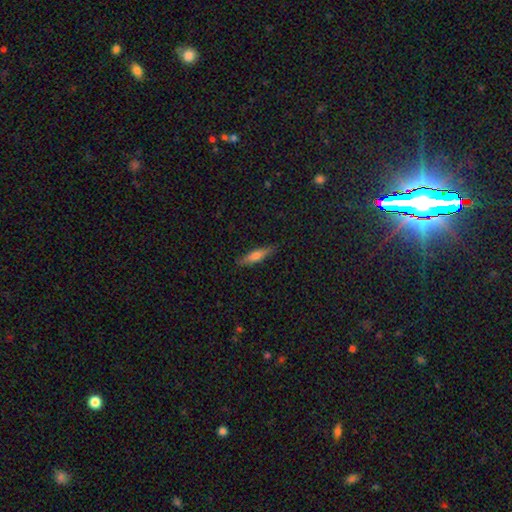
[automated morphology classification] smooth_or_featured: smooth (p=0.62) [alt: featured or disk p=0.31]
how_rounded: cigar-shaped (p=0.77) [alt: in between p=0.21]
merging: none (p=0.86) [alt: minor disturbance p=0.10]